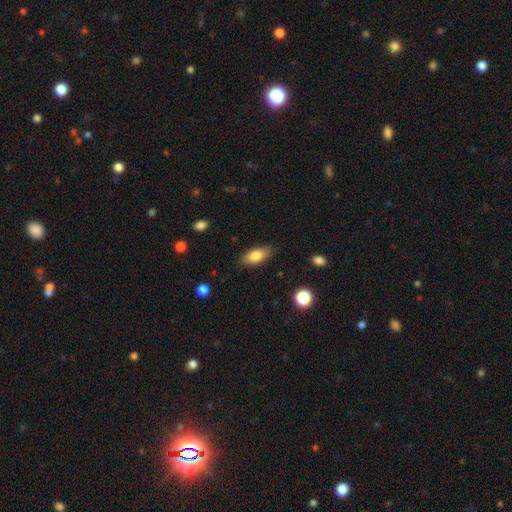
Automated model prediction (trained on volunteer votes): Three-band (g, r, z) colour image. It shows a smooth galaxy with no disk features (81%) that is in between round and cigar-shaped (84%). Merging: none (84%).